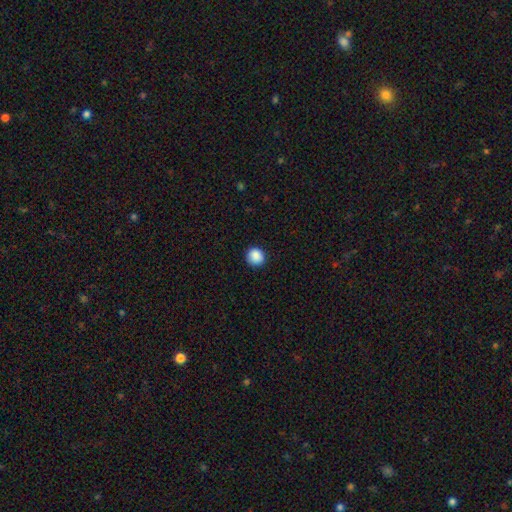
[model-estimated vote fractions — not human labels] smooth-or-featured: smooth: 89% | star or artifact: 9% | featured or disk: 3%
  how-rounded: round: 91% | in between: 9% | cigar-shaped: 1%
  merging: none: 91% | minor disturbance: 7% | major disturbance: 2% | merger: 1%